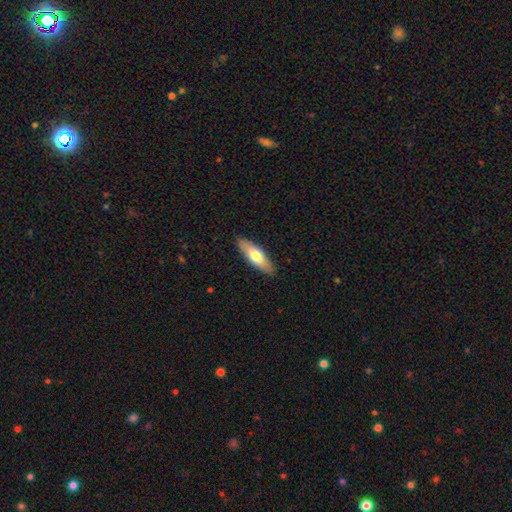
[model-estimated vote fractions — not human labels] The model was most divided on "how rounded": in between: 56%, cigar-shaped: 42%, round: 2%. More confident: merging — none (89%); smooth or featured — smooth (66%).